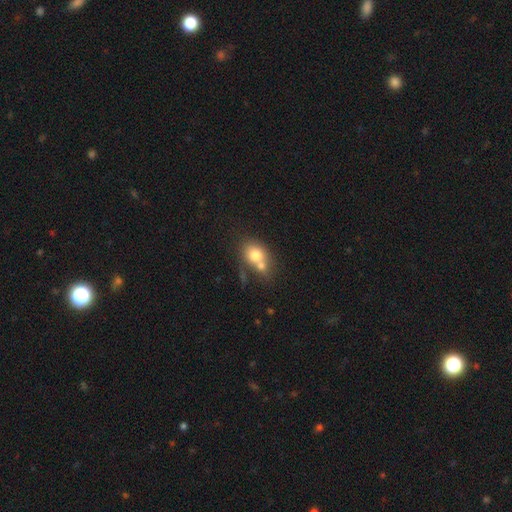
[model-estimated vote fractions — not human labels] Smooth or featured? smooth (73%)
How rounded? round (52%)
Merging? merger (54%)